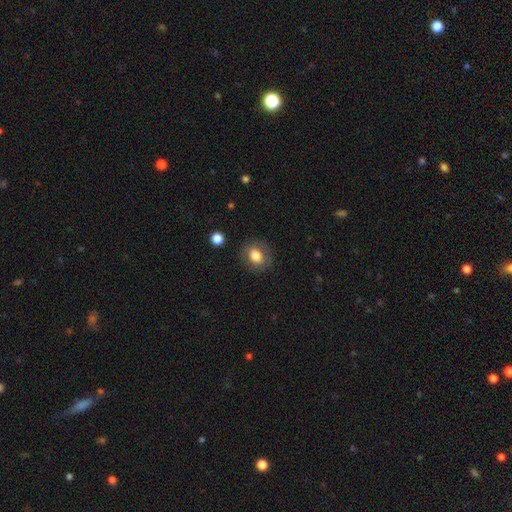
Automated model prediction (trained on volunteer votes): Overall: smooth (77%). How rounded: round (60%; in between 39%). Merging: none (83%).